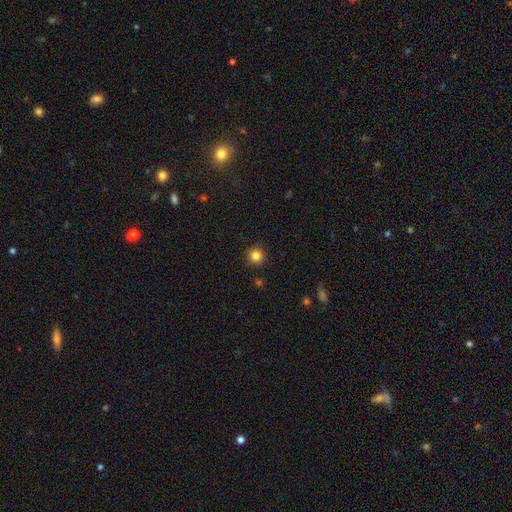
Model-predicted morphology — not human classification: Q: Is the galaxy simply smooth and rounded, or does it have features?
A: smooth — 83%.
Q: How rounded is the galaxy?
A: round — 95%.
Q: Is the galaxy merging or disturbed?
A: none — 92%.